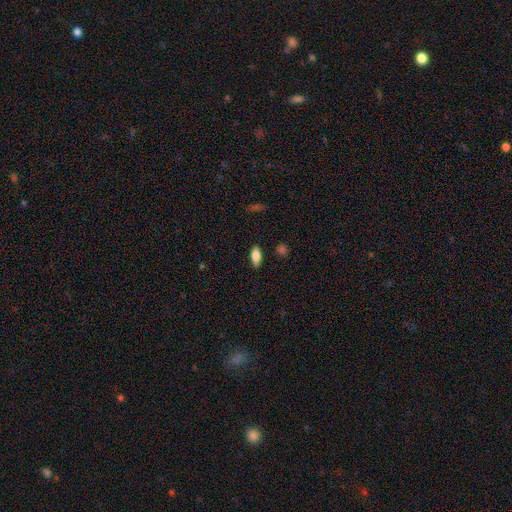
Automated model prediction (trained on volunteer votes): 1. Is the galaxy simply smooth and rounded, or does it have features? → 75% smooth, 18% featured or disk, 7% star or artifact.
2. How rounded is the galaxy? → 78% in between, 20% cigar-shaped, 3% round.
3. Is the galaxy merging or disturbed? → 86% none, 10% minor disturbance, 2% major disturbance, 1% merger.